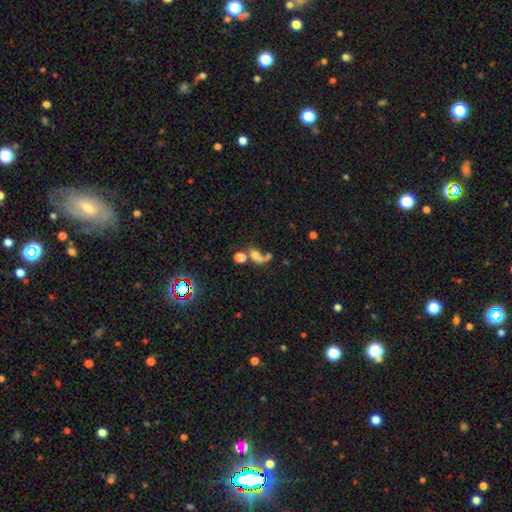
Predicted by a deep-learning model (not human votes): Morphology: type=smooth (48%); merging=merger (50%).